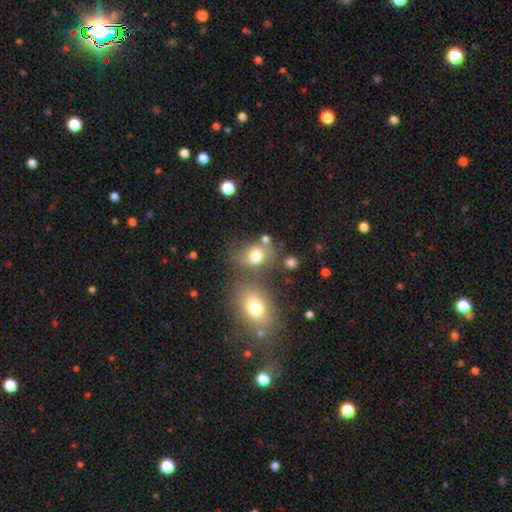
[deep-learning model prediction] The model was most divided on "how rounded": in between: 52%, round: 47%, cigar-shaped: 1%. Remaining: smooth or featured — smooth (74%); merging — none (46%).